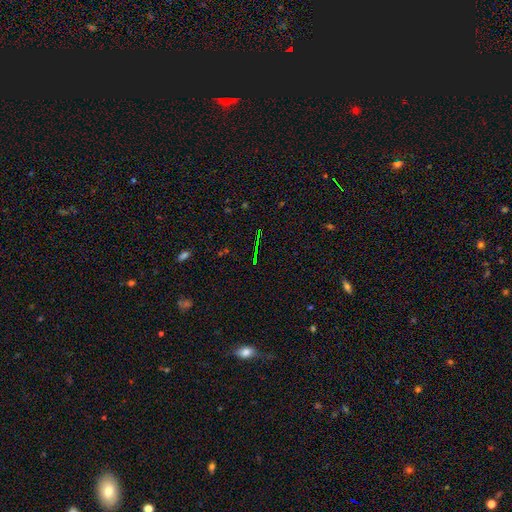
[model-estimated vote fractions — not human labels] This is likely a star or artifact rather than a galaxy (73%).